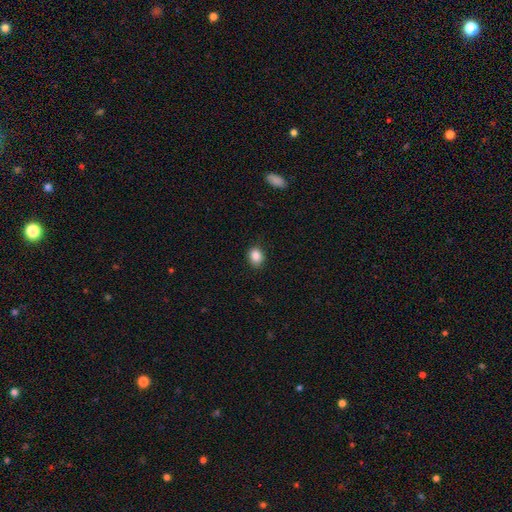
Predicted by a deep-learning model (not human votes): Q: Smooth or featured?
A: smooth (87%); runner-up: star or artifact (9%)
Q: How rounded?
A: in between (54%); runner-up: round (45%)
Q: Merging?
A: none (82%); runner-up: minor disturbance (14%)